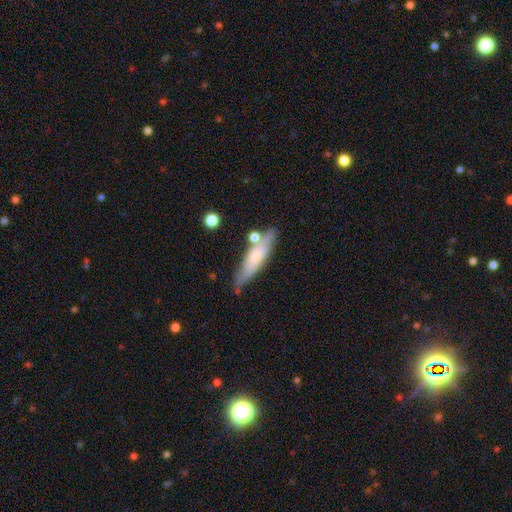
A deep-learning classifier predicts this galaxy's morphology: A smooth galaxy with no disk features (60%) that is cigar-shaped (71%).

Vote fractions:
- Smooth or featured? smooth: 60% / featured or disk: 33% / star or artifact: 7%
- How rounded? cigar-shaped: 71% / in between: 27% / round: 2%
- Merging? none: 67% / minor disturbance: 19% / merger: 9% / major disturbance: 5%